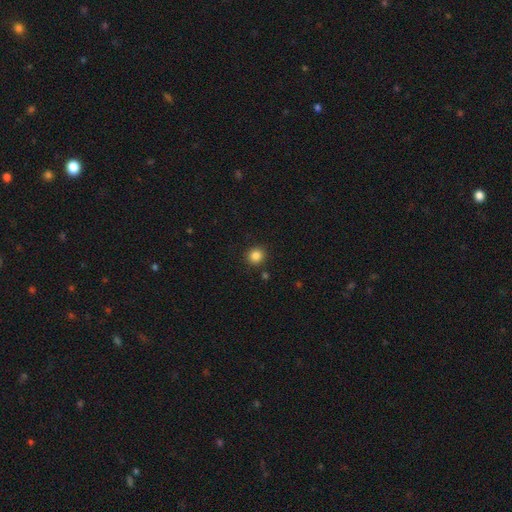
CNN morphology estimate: This is clearly a smooth galaxy (85%). How rounded: clearly round (88%). Merging: clearly none (90%).